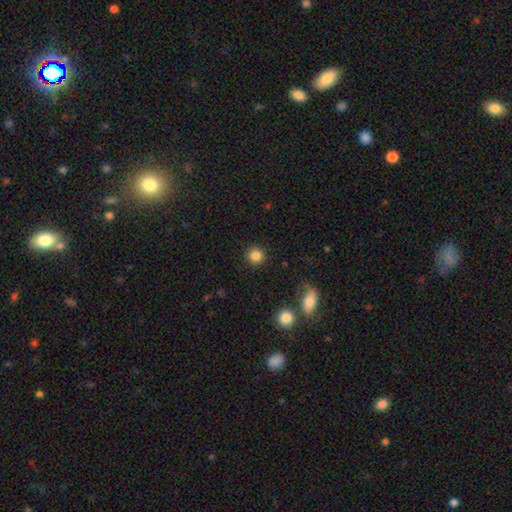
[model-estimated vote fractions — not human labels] smooth 85%, star or artifact 10%, featured or disk 5%. Down the decision tree: how rounded — round (94%); merging — none (91%).